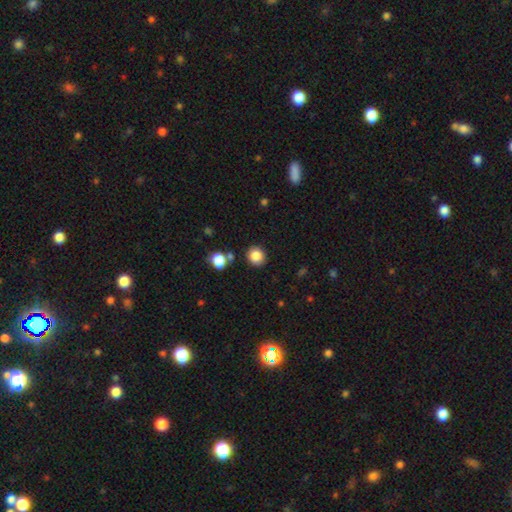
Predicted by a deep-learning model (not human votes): Smooth or featured? Predicted: smooth (p=0.85). How rounded? Predicted: round (p=0.86). Merging? Predicted: none (p=0.86).